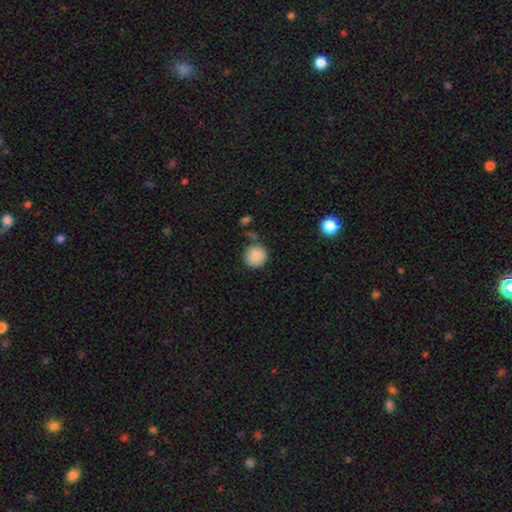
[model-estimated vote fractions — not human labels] A smooth galaxy with no disk features (88%) that is round (93%). Merging: none (80%).